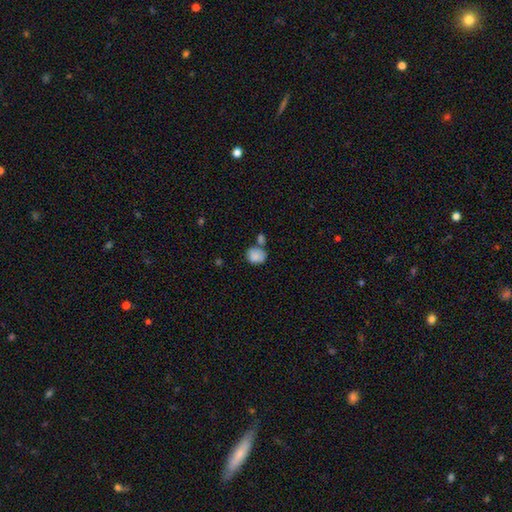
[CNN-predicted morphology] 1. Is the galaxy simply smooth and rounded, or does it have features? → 81% smooth, 10% featured or disk, 8% star or artifact.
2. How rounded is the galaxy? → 57% round, 42% in between, 1% cigar-shaped.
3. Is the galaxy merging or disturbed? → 46% none, 28% merger, 20% minor disturbance, 7% major disturbance.